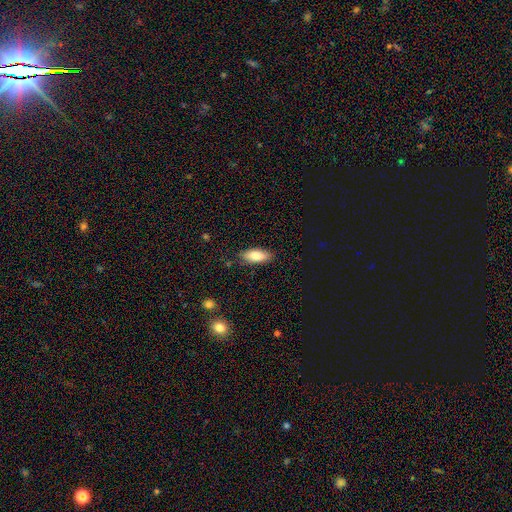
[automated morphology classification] smooth 82%, featured or disk 11%, star or artifact 7%. Down the decision tree: how rounded — in between (80%); merging — none (82%).